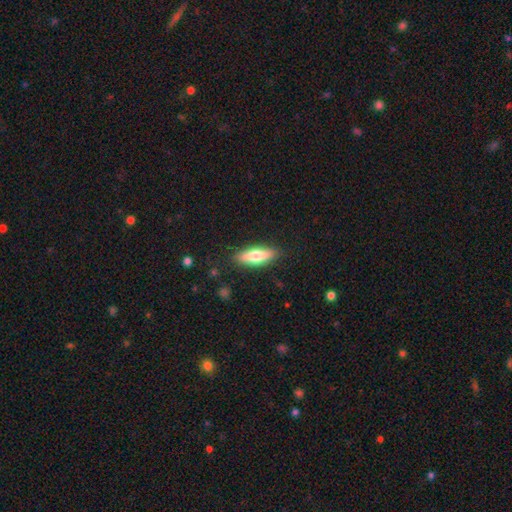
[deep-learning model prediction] Q: Smooth or featured?
A: smooth (66%); runner-up: featured or disk (28%)
Q: How rounded?
A: in between (51%); runner-up: cigar-shaped (47%)
Q: Merging?
A: none (86%); runner-up: minor disturbance (10%)